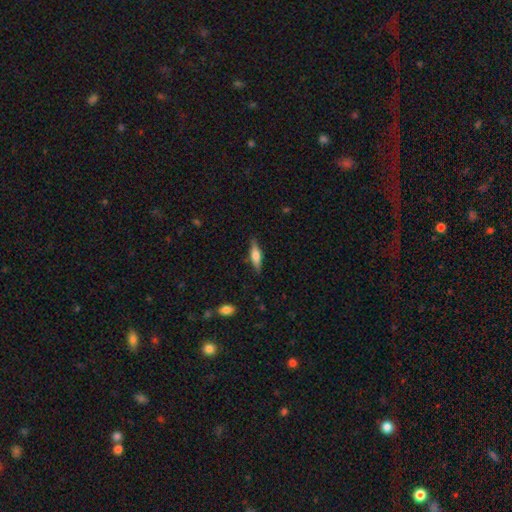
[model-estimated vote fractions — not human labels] Smooth or featured? featured or disk (47%)
Merging? none (86%)